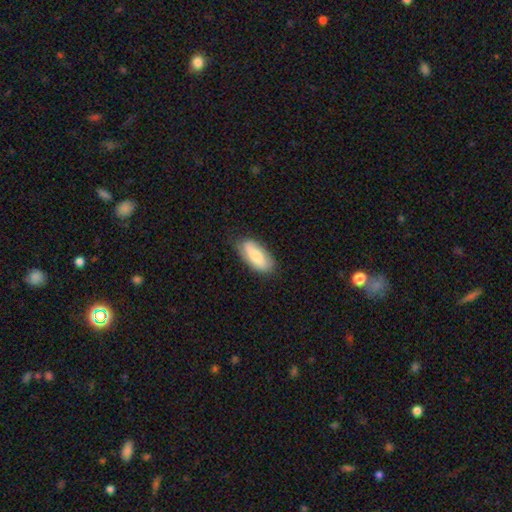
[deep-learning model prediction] Q: Smooth or featured?
A: smooth (70%); runner-up: featured or disk (24%)
Q: How rounded?
A: in between (87%); runner-up: cigar-shaped (10%)
Q: Merging?
A: none (75%); runner-up: minor disturbance (19%)